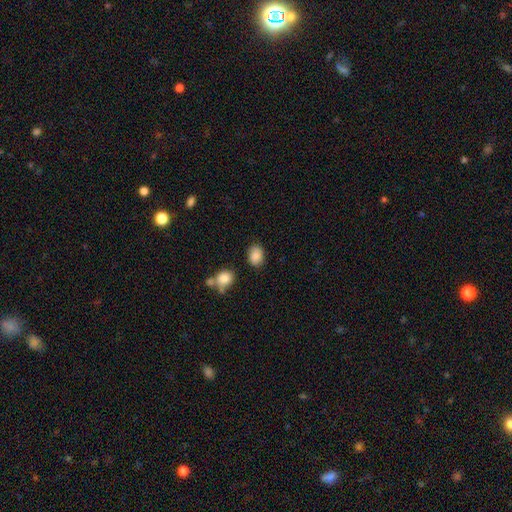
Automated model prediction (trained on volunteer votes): A smooth galaxy with no disk features (87%) that is in between round and cigar-shaped (69%). Merging: none (78%).